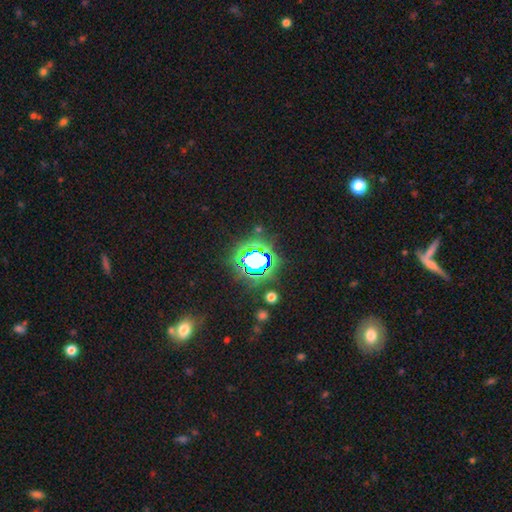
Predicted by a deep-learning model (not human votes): The model was most divided on "smooth or featured": star or artifact: 70%, smooth: 19%, featured or disk: 11%.